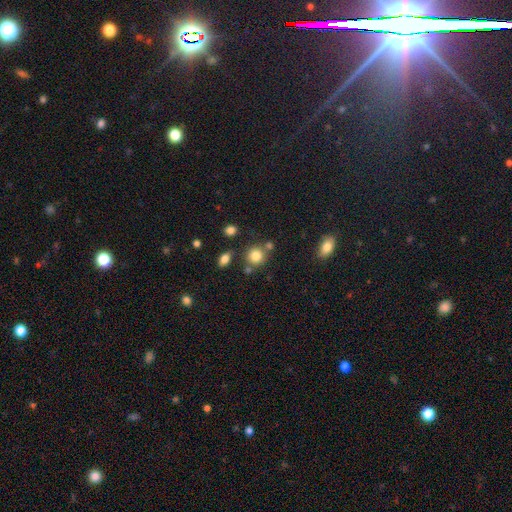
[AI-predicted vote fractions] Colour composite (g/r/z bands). It shows a smooth galaxy with no disk features (81%) that is round (87%). Merging: none (70%).